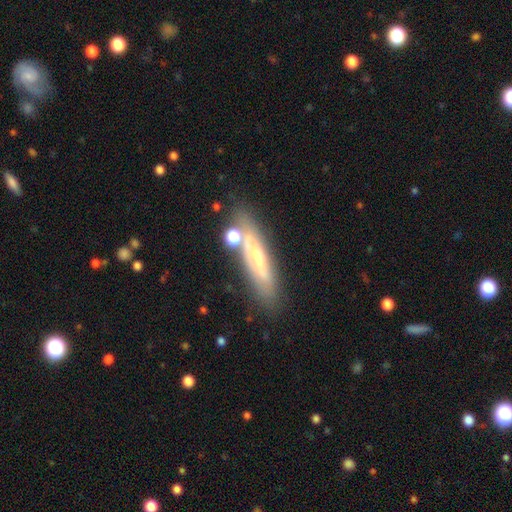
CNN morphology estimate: smooth-or-featured: smooth: 46% | featured or disk: 43% | star or artifact: 11%
  merging: none: 69% | minor disturbance: 16% | merger: 10% | major disturbance: 6%